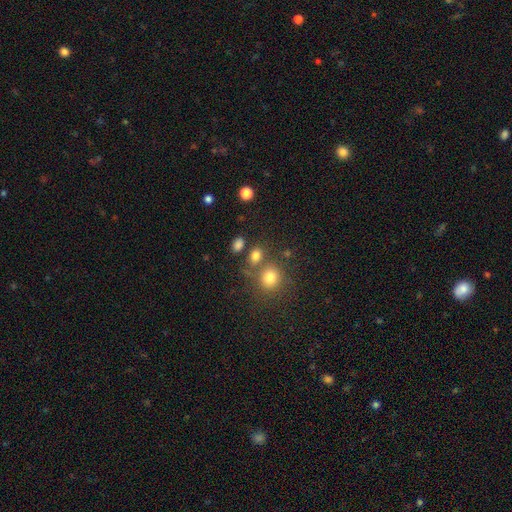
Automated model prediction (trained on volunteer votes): Q: Smooth or featured?
A: smooth (79%); runner-up: star or artifact (14%)
Q: How rounded?
A: in between (61%); runner-up: round (37%)
Q: Merging?
A: none (67%); runner-up: merger (17%)